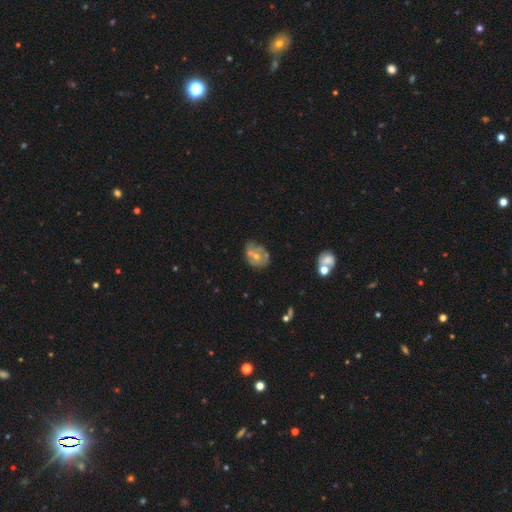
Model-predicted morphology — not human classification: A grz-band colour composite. It shows a featured or disk galaxy (53%) with no bar (85%), no spiral arms (62%) and a moderate central bulge (47%). Merging: none (43%).